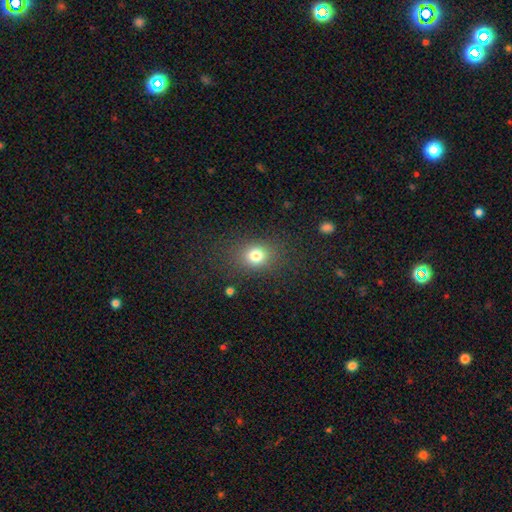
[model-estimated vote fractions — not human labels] smooth 79%, star or artifact 13%, featured or disk 8%. Down the decision tree: how rounded — round (56%); merging — none (81%).